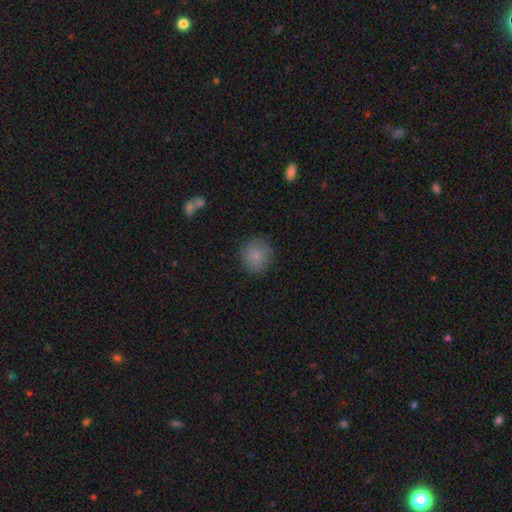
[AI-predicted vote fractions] smooth-or-featured: smooth: 82% | star or artifact: 10% | featured or disk: 9%
  how-rounded: round: 91% | in between: 8% | cigar-shaped: 1%
  merging: none: 86% | minor disturbance: 10% | major disturbance: 3% | merger: 1%